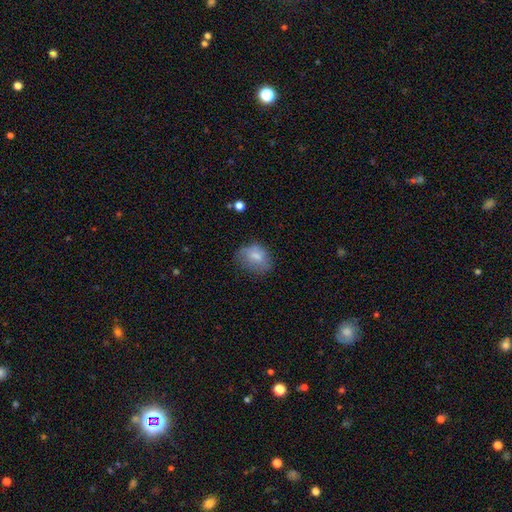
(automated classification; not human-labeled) Morphology: type=smooth (72%); roundness=in between (62%); merging=none (57%).